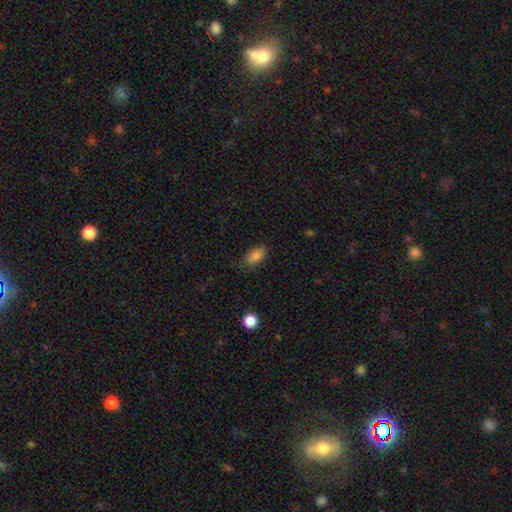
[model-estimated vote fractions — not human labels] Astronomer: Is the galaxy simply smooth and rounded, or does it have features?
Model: smooth — 86%.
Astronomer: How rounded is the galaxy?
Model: in between — 91%.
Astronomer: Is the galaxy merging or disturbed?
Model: none — 78%.